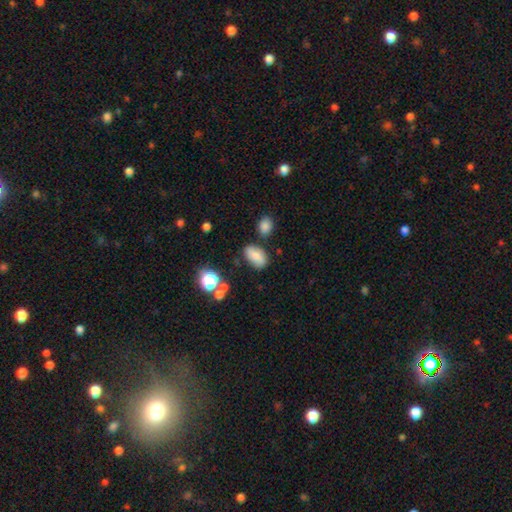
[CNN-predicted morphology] Smooth or featured?
  - smooth: 72% *
  - featured or disk: 17%
  - star or artifact: 11%
How rounded?
  - in between: 87% *
  - round: 11%
  - cigar-shaped: 2%
Merging?
  - none: 72% *
  - minor disturbance: 17%
  - merger: 7%
  - major disturbance: 5%